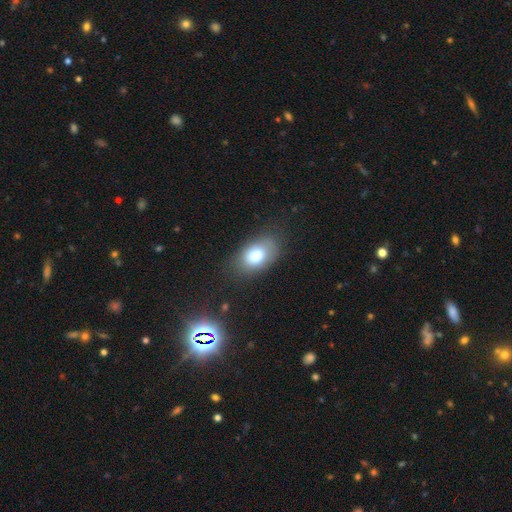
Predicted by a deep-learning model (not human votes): smooth 76%, featured or disk 15%, star or artifact 9%. Down the decision tree: how rounded — in between (88%); merging — none (75%).